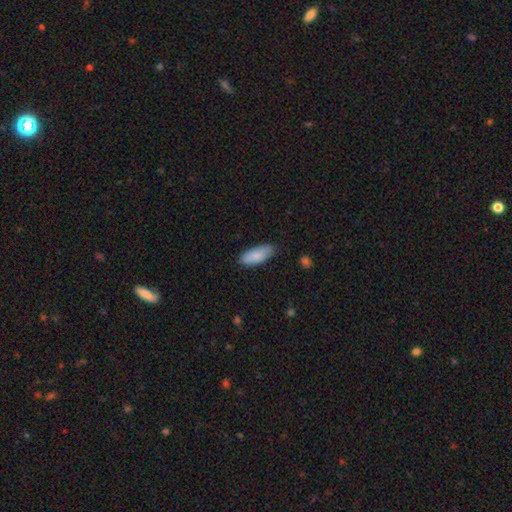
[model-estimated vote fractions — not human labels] Smooth or featured? smooth (86%)
How rounded? in between (79%)
Merging? none (77%)